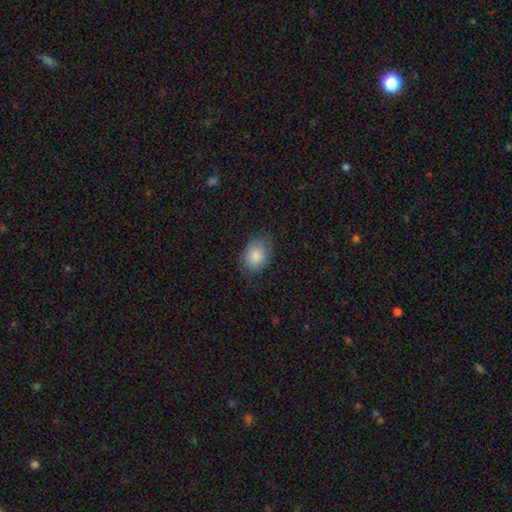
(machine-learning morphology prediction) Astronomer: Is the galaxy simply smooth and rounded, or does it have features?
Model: smooth — 86%.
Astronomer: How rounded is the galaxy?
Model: in between — 71%.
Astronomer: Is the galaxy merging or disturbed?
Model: none — 73%.